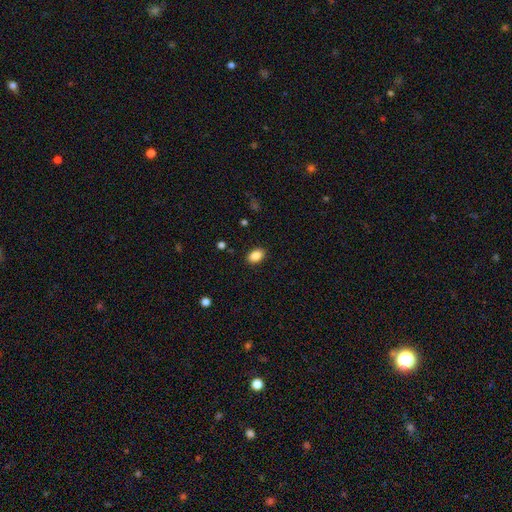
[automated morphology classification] A smooth galaxy with no disk features (88%) that is in between round and cigar-shaped (86%).

Vote fractions:
- Smooth or featured? smooth: 88% / star or artifact: 8% / featured or disk: 4%
- How rounded? in between: 86% / round: 13% / cigar-shaped: 1%
- Merging? none: 88% / minor disturbance: 9% / major disturbance: 2% / merger: 1%